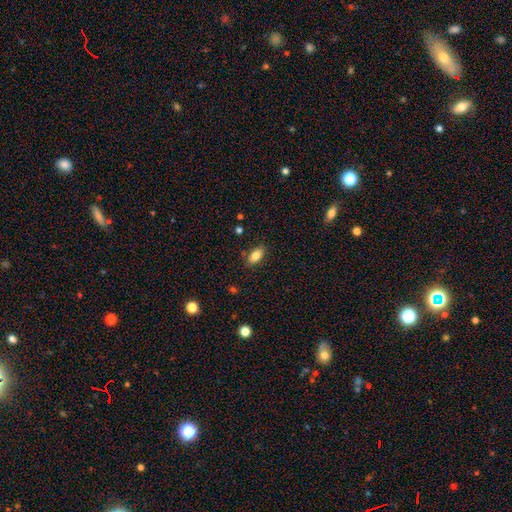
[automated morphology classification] This appears to be a smooth galaxy with no disk features (83%) that is in between round and cigar-shaped (89%). Merging: none (84%).